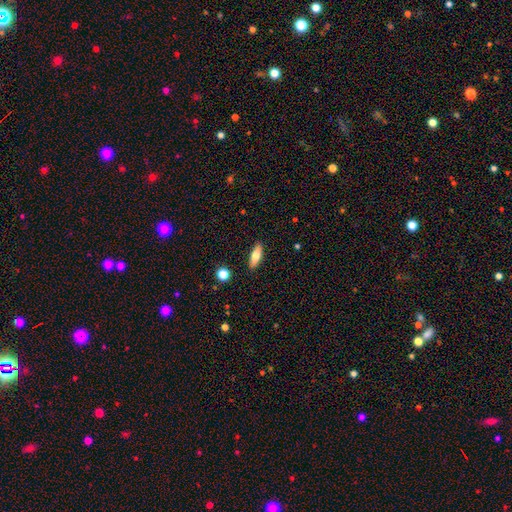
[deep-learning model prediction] This is likely a smooth galaxy (67%). How rounded: possibly in between (58%). Merging: clearly none (89%).